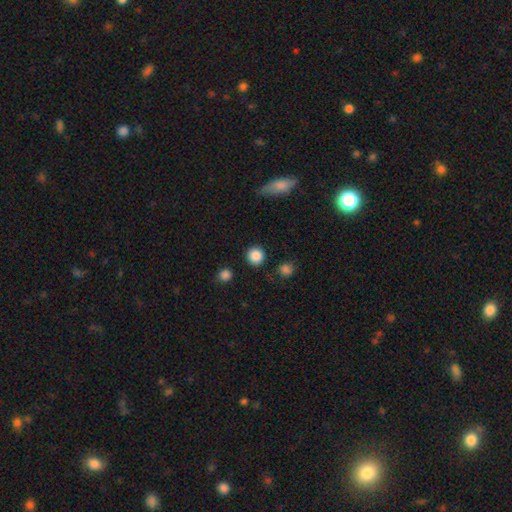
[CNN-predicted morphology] smooth 87%, star or artifact 10%, featured or disk 3%. Down the decision tree: how rounded — round (93%); merging — none (89%).